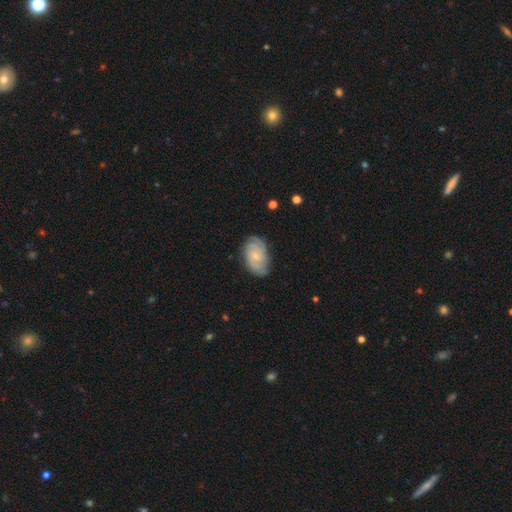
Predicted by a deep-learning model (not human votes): Q: Smooth or featured?
A: featured or disk (72%); runner-up: smooth (22%)
Q: Edge-on disk?
A: no (97%); runner-up: yes (3%)
Q: Bar?
A: no (62%); runner-up: weak (34%)
Q: Spiral arms?
A: yes (94%); runner-up: no (6%)
Q: Spiral winding?
A: tight (57%); runner-up: medium (34%)
Q: Spiral arm count?
A: 2 (33%); runner-up: can't tell (30%)
Q: Bulge size?
A: small (68%); runner-up: moderate (23%)
Q: Merging?
A: none (74%); runner-up: minor disturbance (19%)